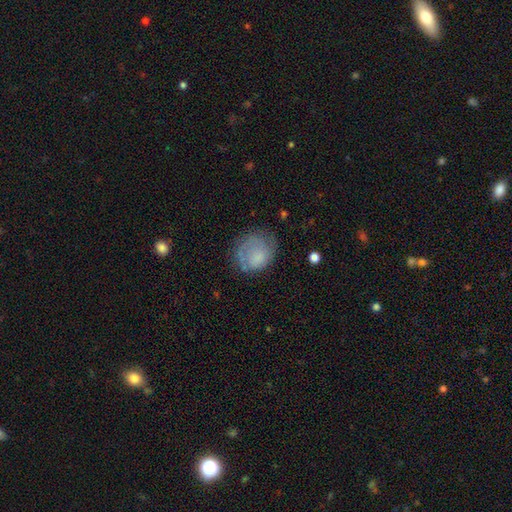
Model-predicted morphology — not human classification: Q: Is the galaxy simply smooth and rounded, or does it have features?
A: smooth — 60%.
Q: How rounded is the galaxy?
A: round — 64%.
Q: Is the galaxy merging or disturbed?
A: none — 52%.